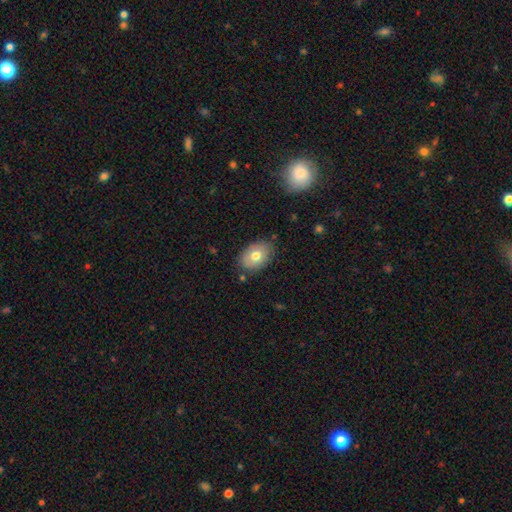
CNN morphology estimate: Smooth or featured? smooth (71%)
How rounded? in between (82%)
Merging? none (82%)